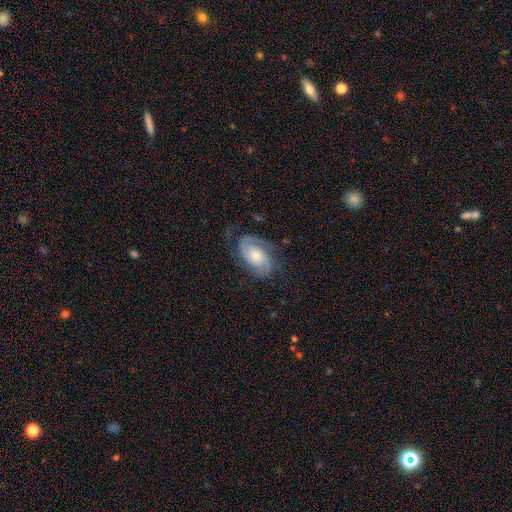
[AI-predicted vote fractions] Smooth or featured? Predicted: featured or disk (p=0.76). Edge-on disk? Predicted: no (p=0.96). Bar? Predicted: no (p=0.70). Spiral arms? Predicted: yes (p=0.94). Spiral winding? Predicted: tight (p=0.43). Spiral arm count? Predicted: 2 (p=0.71). Bulge size? Predicted: moderate (p=0.57). Merging? Predicted: none (p=0.65).